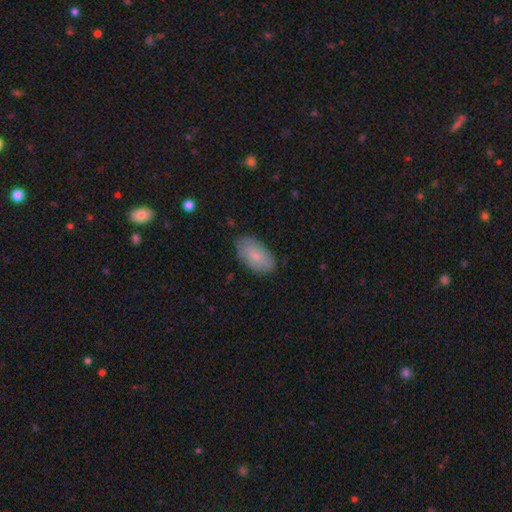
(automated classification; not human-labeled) Overall: smooth (76%). How rounded: in between (94%). Merging: none (81%).